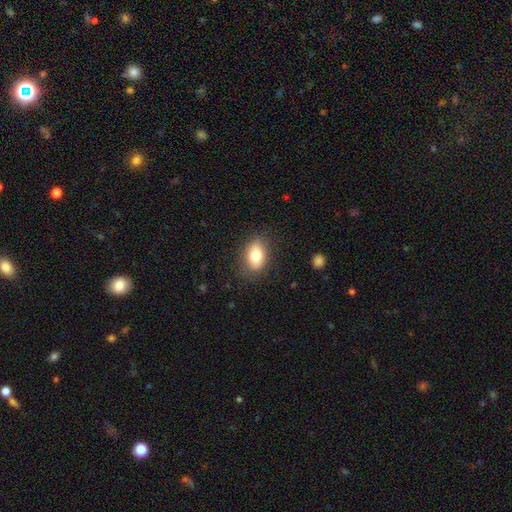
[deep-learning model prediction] A smooth galaxy with no disk features (78%) that is in between round and cigar-shaped (84%).

Vote fractions:
- Smooth or featured? smooth: 78% / featured or disk: 14% / star or artifact: 8%
- How rounded? in between: 84% / round: 14% / cigar-shaped: 2%
- Merging? none: 82% / minor disturbance: 13% / major disturbance: 4% / merger: 1%